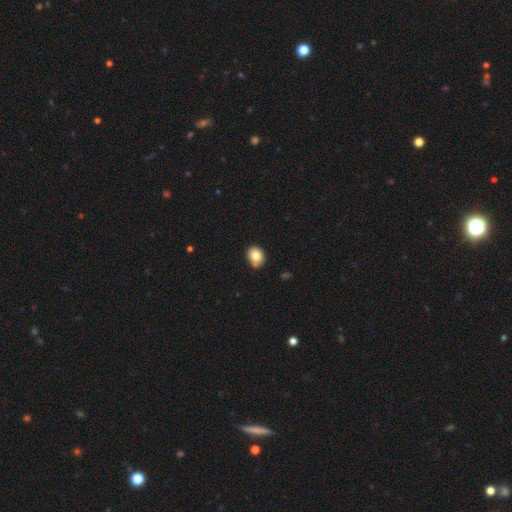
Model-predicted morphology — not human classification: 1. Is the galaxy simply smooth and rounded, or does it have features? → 82% smooth, 9% featured or disk, 9% star or artifact.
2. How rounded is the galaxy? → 54% round, 45% in between, 1% cigar-shaped.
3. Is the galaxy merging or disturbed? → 76% none, 18% minor disturbance, 3% merger, 3% major disturbance.